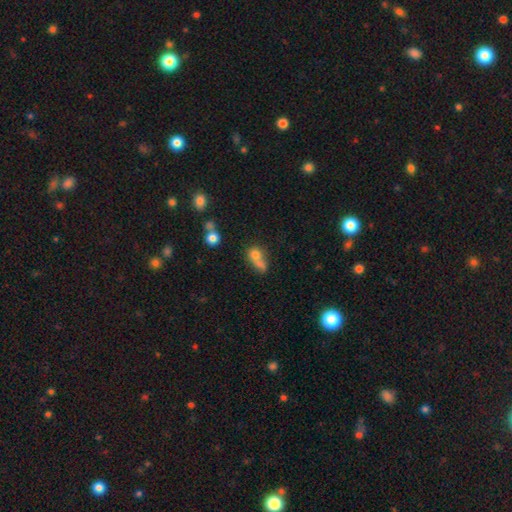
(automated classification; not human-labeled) This appears to be a smooth galaxy with no disk features (71%) that is round (55%). Merging: merger (56%).